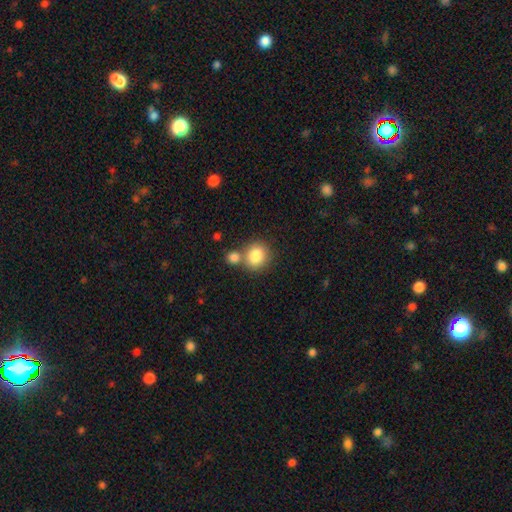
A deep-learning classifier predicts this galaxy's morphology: Smooth or featured? smooth (83%)
How rounded? round (78%)
Merging? none (57%)